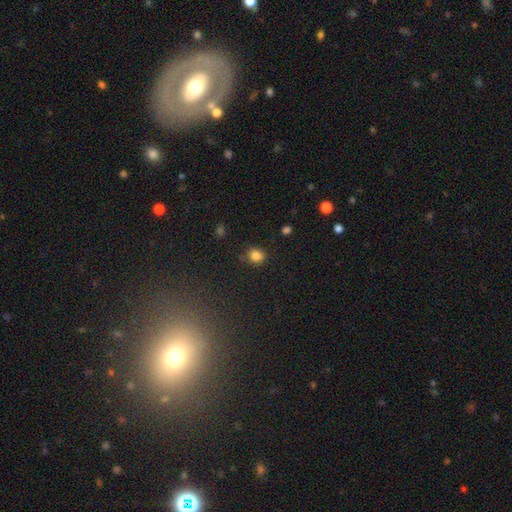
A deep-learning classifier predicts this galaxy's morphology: Overall: smooth (83%). How rounded: round (63%; in between 36%). Merging: none (78%).